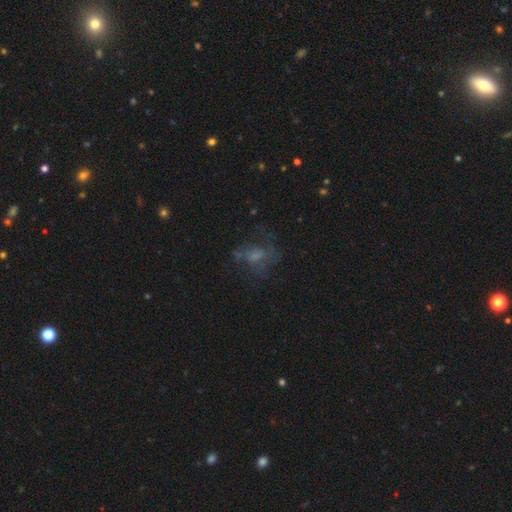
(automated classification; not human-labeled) Q: Smooth or featured?
A: featured or disk (41%); runner-up: smooth (37%)
Q: Merging?
A: none (46%); runner-up: major disturbance (30%)